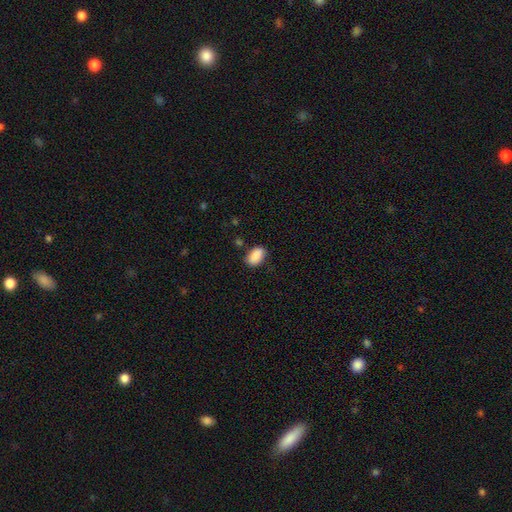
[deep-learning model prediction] This appears to be a smooth galaxy with no disk features (89%) that is in between round and cigar-shaped (91%). Merging: none (79%).